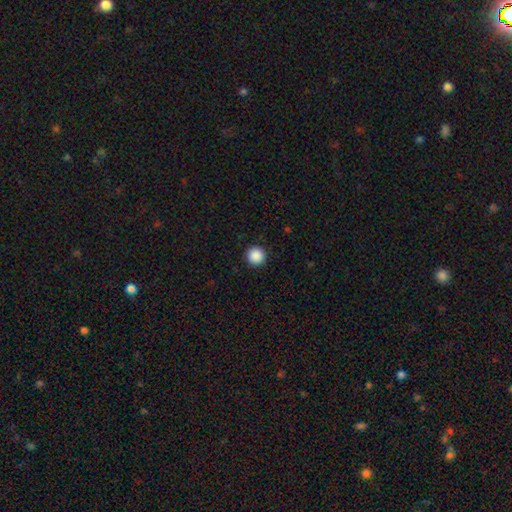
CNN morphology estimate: Smooth or featured? Predicted: smooth (p=0.89). How rounded? Predicted: round (p=0.96). Merging? Predicted: none (p=0.93).